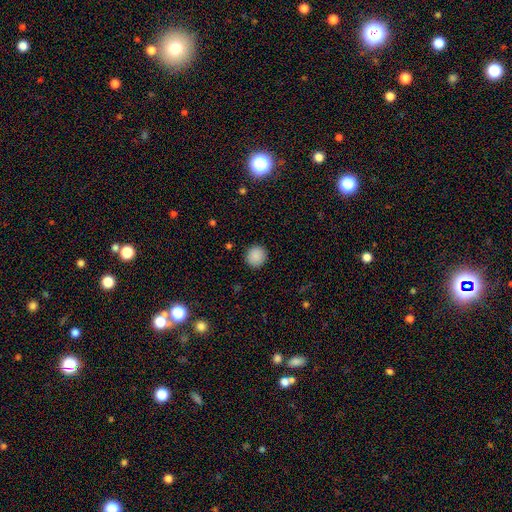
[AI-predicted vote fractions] Q: Smooth or featured?
A: smooth (89%); runner-up: star or artifact (9%)
Q: How rounded?
A: round (91%); runner-up: in between (8%)
Q: Merging?
A: none (91%); runner-up: minor disturbance (6%)